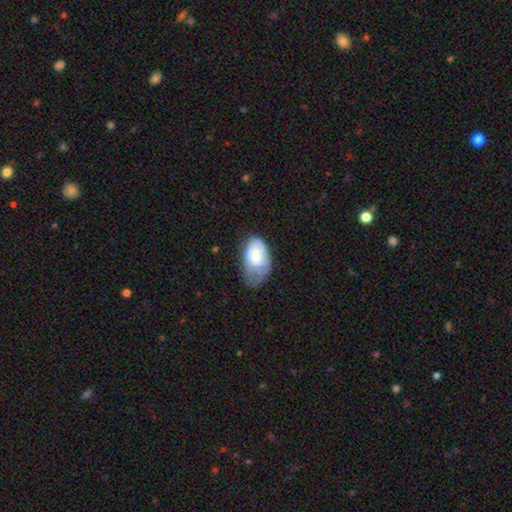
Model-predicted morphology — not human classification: The model was most divided on "merging": minor disturbance: 43%, none: 30%, major disturbance: 25%, merger: 2%. More confident: how rounded — in between (92%); smooth or featured — smooth (70%).